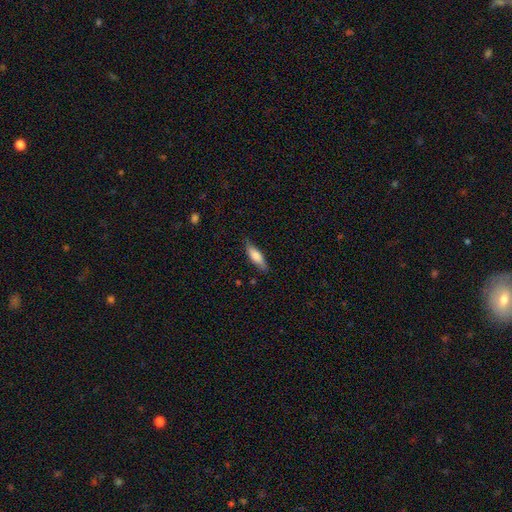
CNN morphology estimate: A smooth galaxy with no disk features (75%) that is in between round and cigar-shaped (53%). Merging: none (78%).